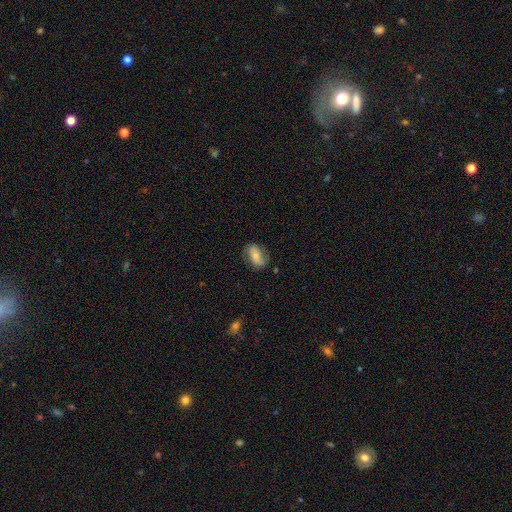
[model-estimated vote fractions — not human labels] A featured or disk galaxy (55%) with no bar (44%), spiral arms (85%) and a small central bulge (48%).

Vote fractions:
- Smooth or featured? featured or disk: 55% / smooth: 38% / star or artifact: 8%
- Edge-on disk? no: 95% / yes: 5%
- Bar? no: 44% / weak: 32% / strong: 24%
- Spiral arms? yes: 85% / no: 15%
- Bulge size? small: 48% / moderate: 42% / large: 4% / none: 4% / dominant: 1%
- Merging? none: 73% / minor disturbance: 19% / major disturbance: 7% / merger: 1%